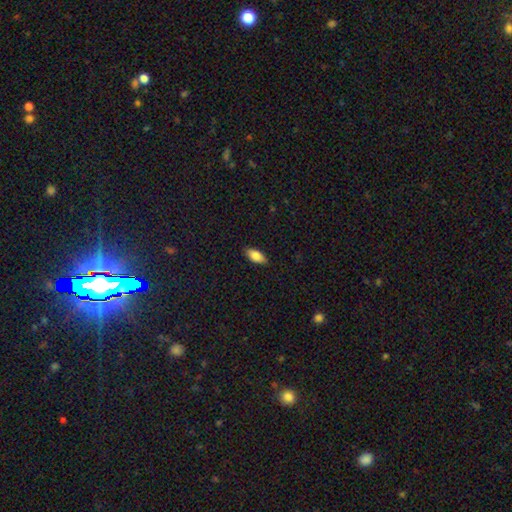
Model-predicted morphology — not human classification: This is clearly a smooth galaxy (83%). How rounded: clearly in between (89%). Merging: clearly none (88%).